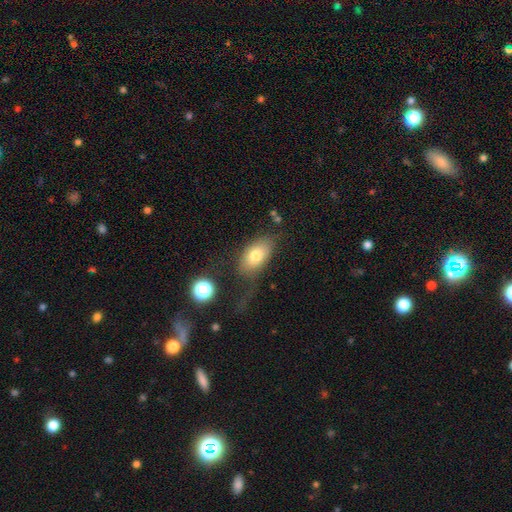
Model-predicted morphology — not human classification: smooth 73%, featured or disk 18%, star or artifact 9%. Down the decision tree: how rounded — in between (87%); merging — none (53%).